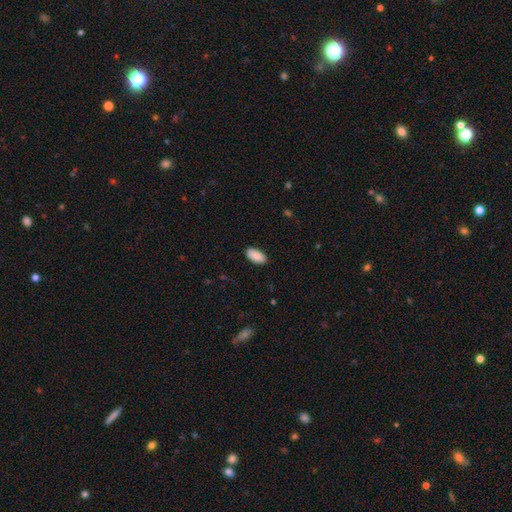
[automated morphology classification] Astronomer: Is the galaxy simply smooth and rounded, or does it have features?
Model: smooth — 91%.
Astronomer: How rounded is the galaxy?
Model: in between — 94%.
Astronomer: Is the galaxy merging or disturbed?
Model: none — 87%.